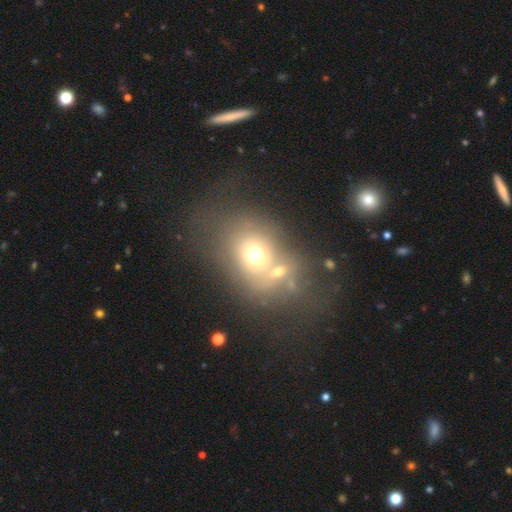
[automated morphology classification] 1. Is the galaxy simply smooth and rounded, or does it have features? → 58% smooth, 26% featured or disk, 16% star or artifact.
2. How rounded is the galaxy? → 52% in between, 46% round, 1% cigar-shaped.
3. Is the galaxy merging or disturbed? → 36% merger, 33% none, 16% major disturbance, 14% minor disturbance.